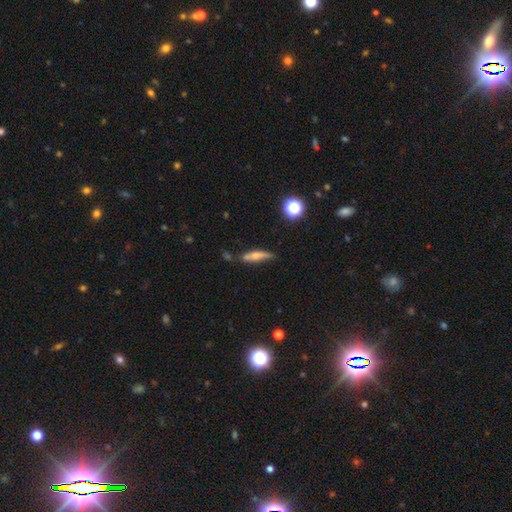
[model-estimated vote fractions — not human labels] This appears to be a smooth galaxy with no disk features (57%) that is cigar-shaped (76%). Merging: none (61%).